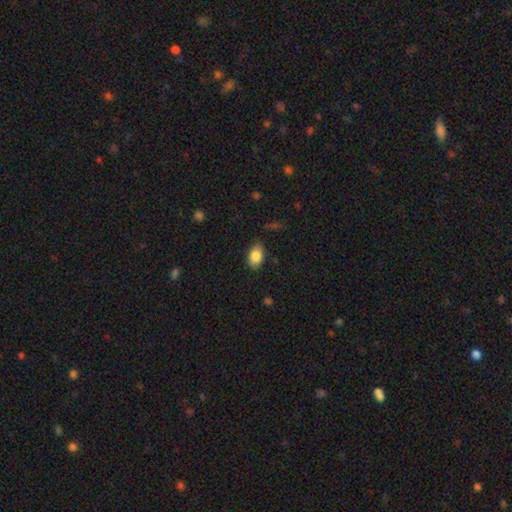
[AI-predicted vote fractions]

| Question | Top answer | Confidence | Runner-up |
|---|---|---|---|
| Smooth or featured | smooth | 84% | featured or disk (9%) |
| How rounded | in between | 88% | round (11%) |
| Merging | none | 77% | minor disturbance (18%) |